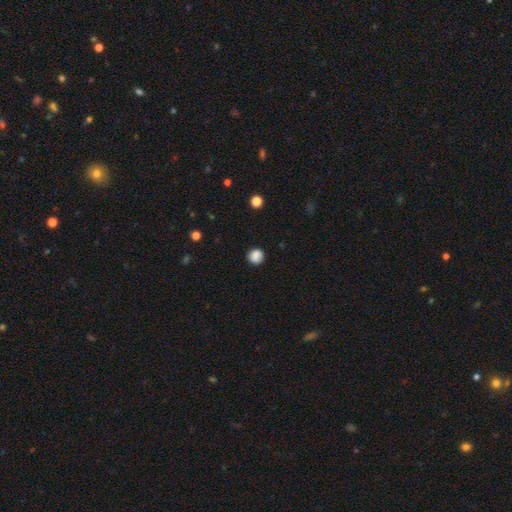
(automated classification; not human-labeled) A smooth galaxy with no disk features (86%) that is round (90%). Merging: none (87%).